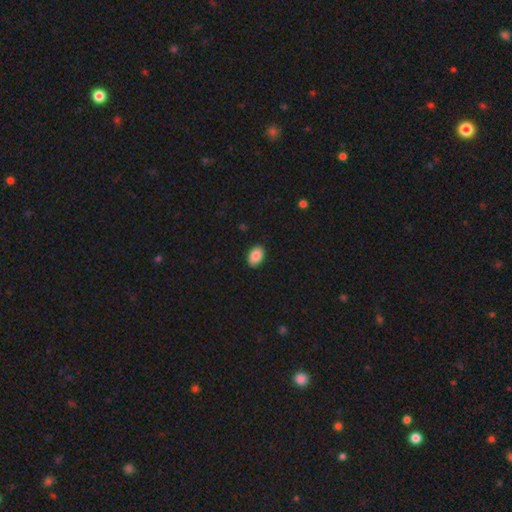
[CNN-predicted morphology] This is clearly a smooth galaxy (88%). How rounded: clearly in between (89%). Merging: clearly none (89%).